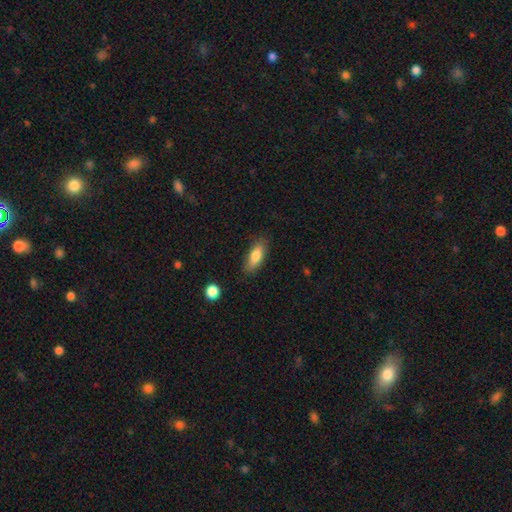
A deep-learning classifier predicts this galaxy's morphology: Smooth or featured? Predicted: smooth (p=0.79). How rounded? Predicted: in between (p=0.70). Merging? Predicted: none (p=0.83).